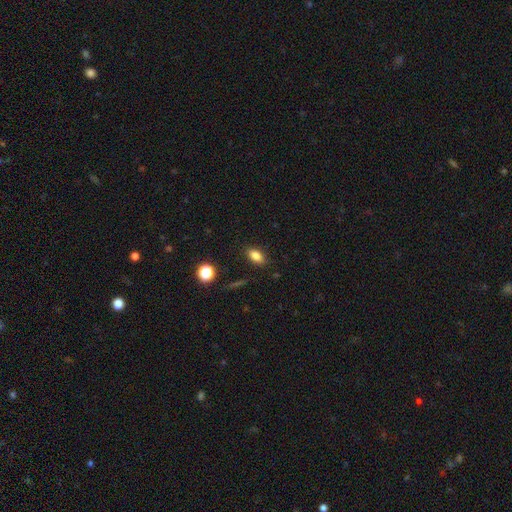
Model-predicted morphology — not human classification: Overall: smooth (83%). How rounded: in between (85%). Merging: none (87%).